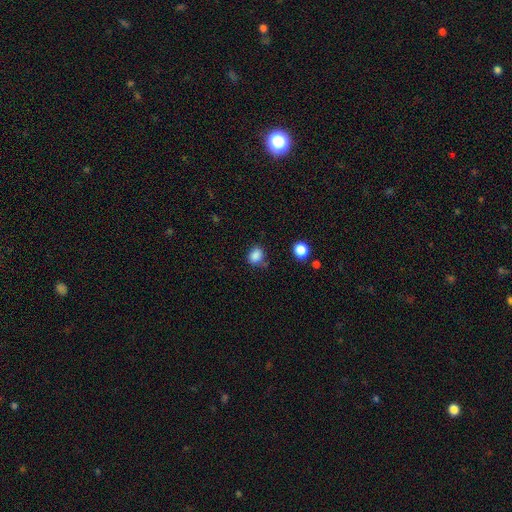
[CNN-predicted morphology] A smooth galaxy with no disk features (85%) that is round (51%). Merging: none (69%).